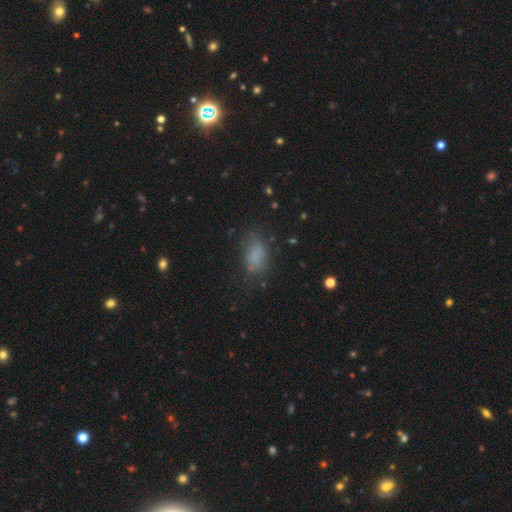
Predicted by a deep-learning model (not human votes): A smooth galaxy with no disk features (78%) that is in between round and cigar-shaped (88%).

Vote fractions:
- Smooth or featured? smooth: 78% / star or artifact: 13% / featured or disk: 10%
- How rounded? in between: 88% / round: 8% / cigar-shaped: 5%
- Merging? none: 66% / minor disturbance: 21% / major disturbance: 11% / merger: 2%